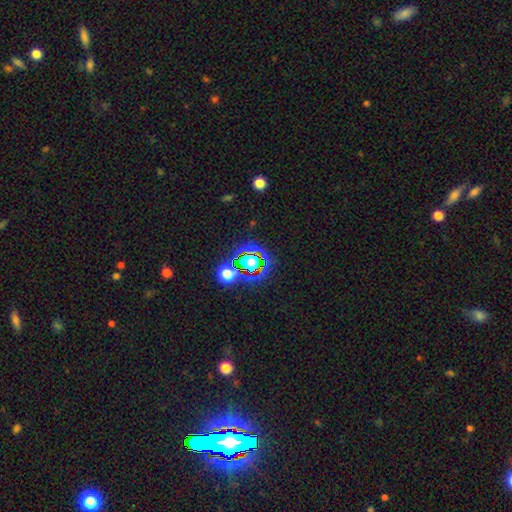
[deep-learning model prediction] smooth_or_featured: star or artifact (p=0.76) [alt: smooth p=0.15]